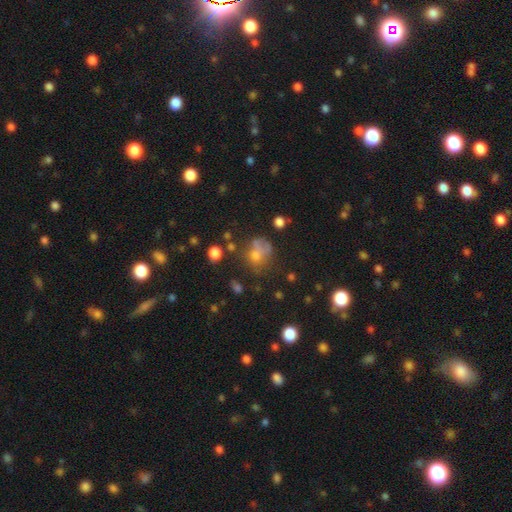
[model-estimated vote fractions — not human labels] Morphology: type=smooth (56%); roundness=round (63%); merging=none (42%).